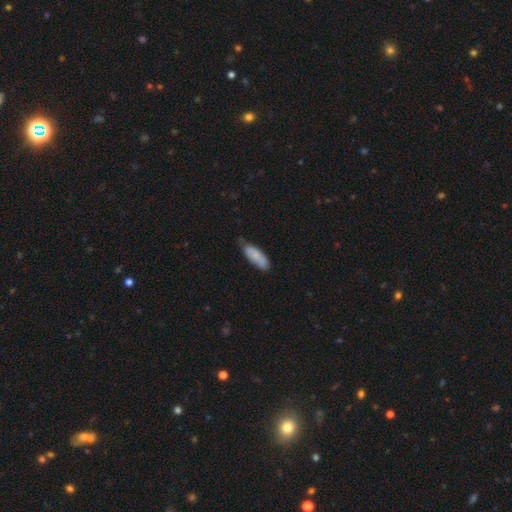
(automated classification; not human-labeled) Morphology: type=smooth (77%); roundness=in between (67%); merging=none (59%).